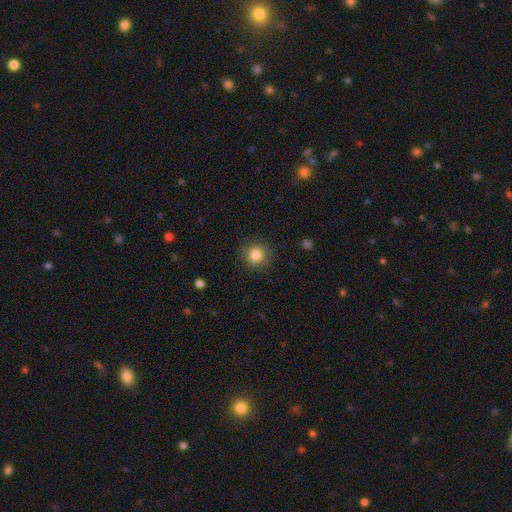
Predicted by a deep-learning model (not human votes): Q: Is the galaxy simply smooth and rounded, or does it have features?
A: smooth — 85%.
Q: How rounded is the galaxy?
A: round — 93%.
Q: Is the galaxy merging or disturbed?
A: none — 88%.